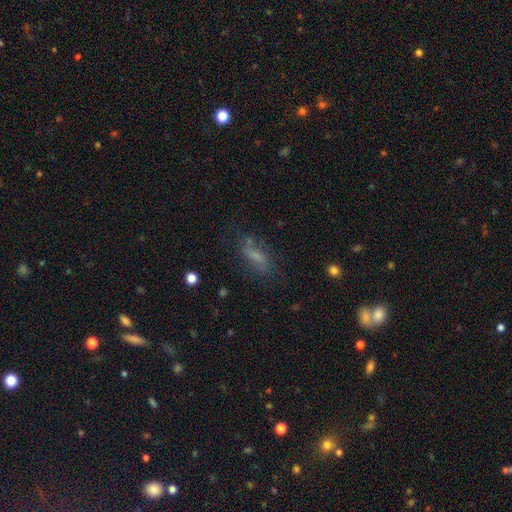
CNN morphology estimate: This appears to be a smooth galaxy with no disk features (56%) that is in between round and cigar-shaped (60%). Merging: none (63%).